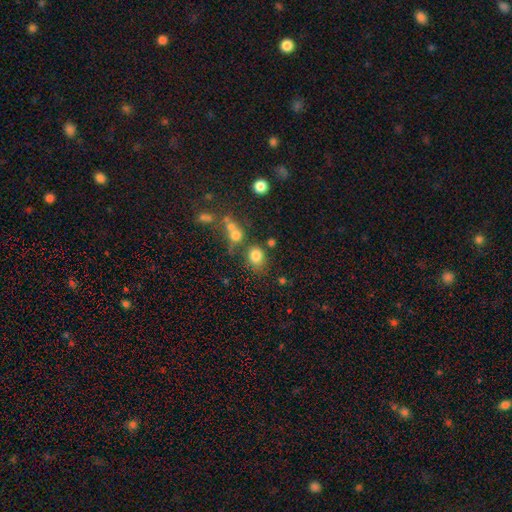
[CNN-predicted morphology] type=smooth (78%); roundness=round (58%); merging=none (61%).